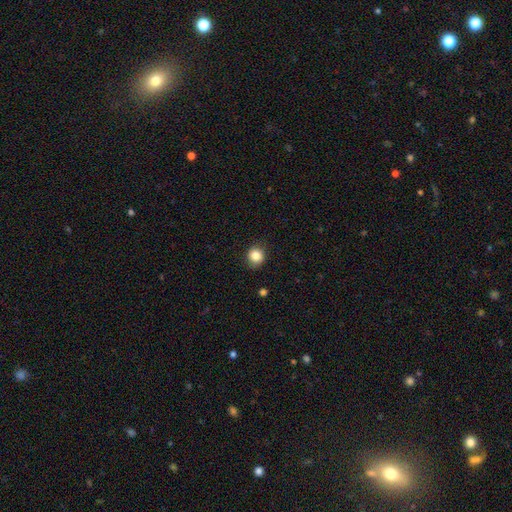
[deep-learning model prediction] Smooth or featured?
  - smooth: 84% *
  - star or artifact: 10%
  - featured or disk: 6%
How rounded?
  - round: 83% *
  - in between: 16%
  - cigar-shaped: 1%
Merging?
  - none: 85% *
  - minor disturbance: 11%
  - major disturbance: 3%
  - merger: 1%